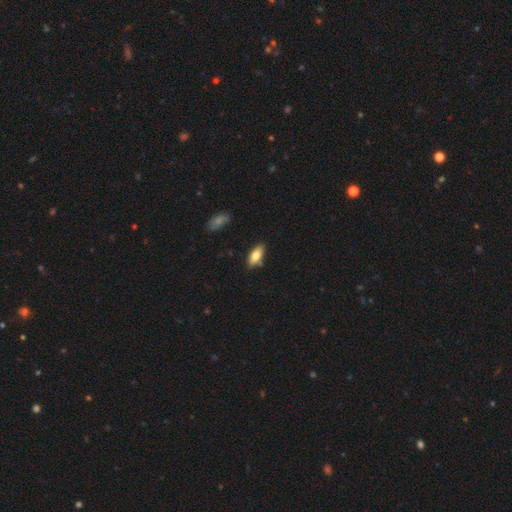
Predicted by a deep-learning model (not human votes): This appears to be a smooth galaxy with no disk features (78%) that is in between round and cigar-shaped (84%). Merging: none (79%).